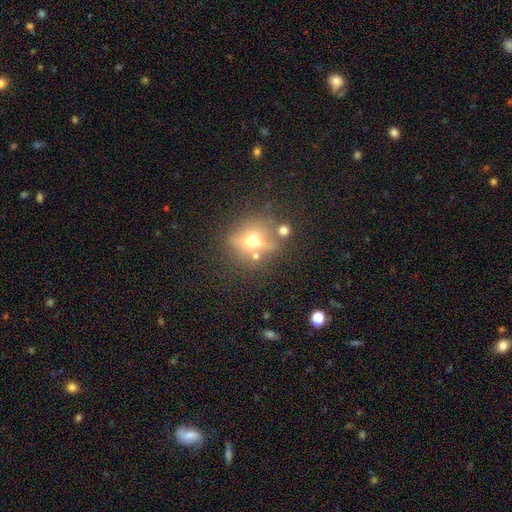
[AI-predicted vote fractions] Overall: smooth (50%; featured or disk 31%). How rounded: round (75%). Merging: none (67%).